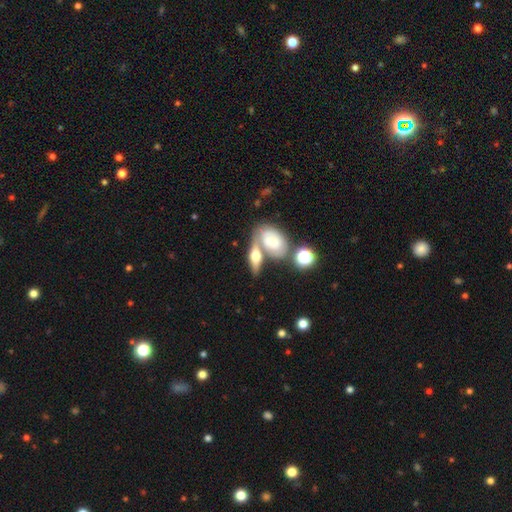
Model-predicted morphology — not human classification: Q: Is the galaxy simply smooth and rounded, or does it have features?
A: smooth — 50%.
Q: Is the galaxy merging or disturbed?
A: none — 42%.